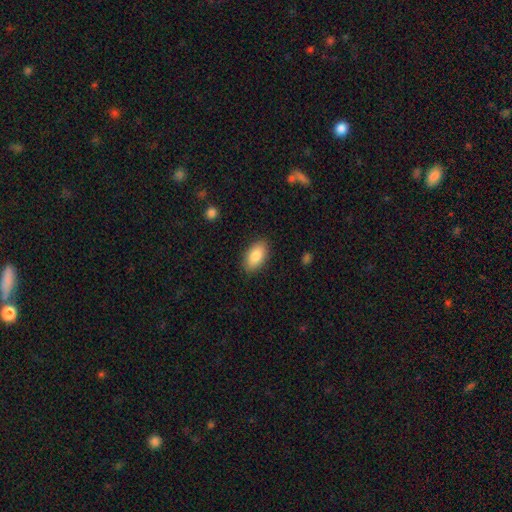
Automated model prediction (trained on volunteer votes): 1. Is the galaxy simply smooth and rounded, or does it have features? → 87% smooth, 7% featured or disk, 6% star or artifact.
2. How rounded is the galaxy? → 93% in between, 4% cigar-shaped, 4% round.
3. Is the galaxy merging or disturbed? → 88% none, 9% minor disturbance, 2% major disturbance, 1% merger.